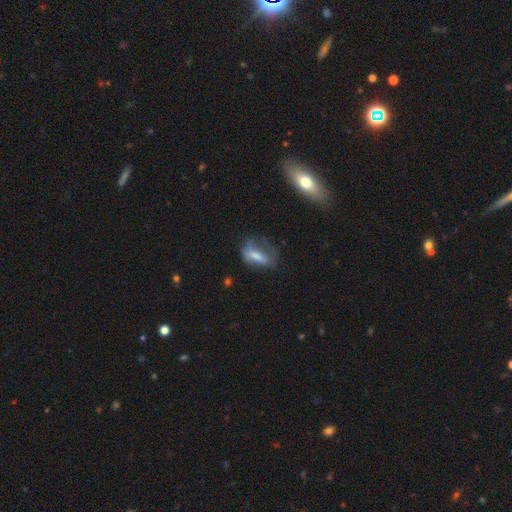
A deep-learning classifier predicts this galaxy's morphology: A smooth galaxy with no disk features (60%) that is in between round and cigar-shaped (71%).

Vote fractions:
- Smooth or featured? smooth: 60% / featured or disk: 30% / star or artifact: 10%
- How rounded? in between: 71% / cigar-shaped: 23% / round: 6%
- Merging? none: 39% / major disturbance: 30% / minor disturbance: 28% / merger: 3%